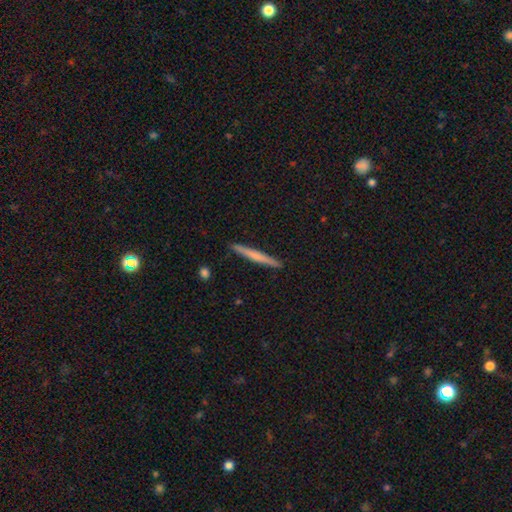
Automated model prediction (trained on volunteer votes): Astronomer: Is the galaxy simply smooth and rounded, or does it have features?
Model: smooth — 55% (runner-up: featured or disk, 39%).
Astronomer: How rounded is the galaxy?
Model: cigar-shaped — 97%.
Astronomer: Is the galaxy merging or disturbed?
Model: none — 91%.